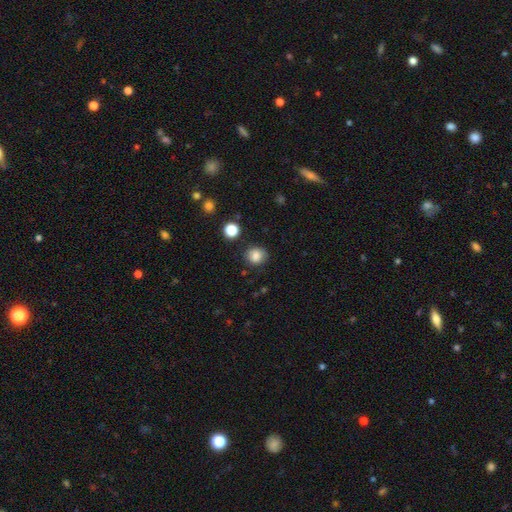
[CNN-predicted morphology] Smooth or featured: smooth — 83% (star or artifact — 11%)
How rounded: round — 82% (in between — 17%)
Merging: none — 84% (minor disturbance — 10%)